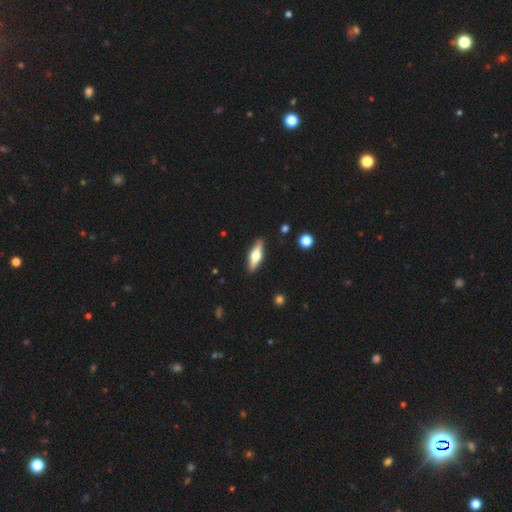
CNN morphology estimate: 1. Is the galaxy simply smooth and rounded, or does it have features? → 53% featured or disk, 41% smooth, 6% star or artifact.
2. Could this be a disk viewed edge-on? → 93% yes, 7% no.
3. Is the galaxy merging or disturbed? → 89% none, 8% minor disturbance, 2% major disturbance, 1% merger.